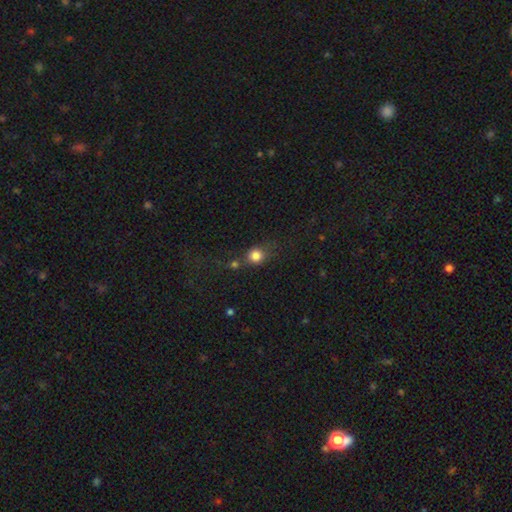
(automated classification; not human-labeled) A smooth galaxy with no disk features (80%) that is round (80%). Merging: none (54%).